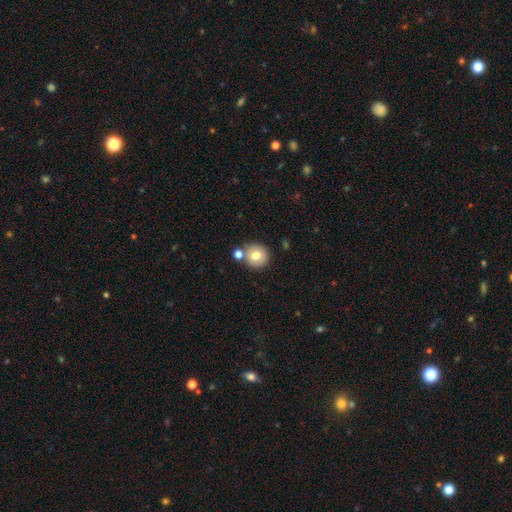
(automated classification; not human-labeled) Morphology: type=smooth (76%); roundness=round (93%); merging=none (72%).